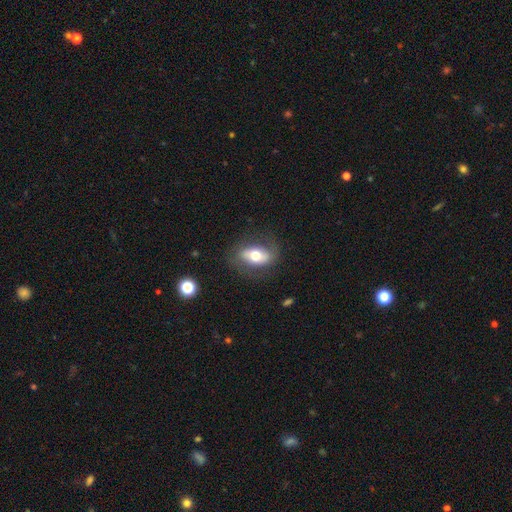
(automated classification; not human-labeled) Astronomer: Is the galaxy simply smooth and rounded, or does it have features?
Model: smooth — 55% (runner-up: featured or disk, 37%).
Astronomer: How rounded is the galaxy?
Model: in between — 85%.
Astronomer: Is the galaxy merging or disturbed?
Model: none — 75%.